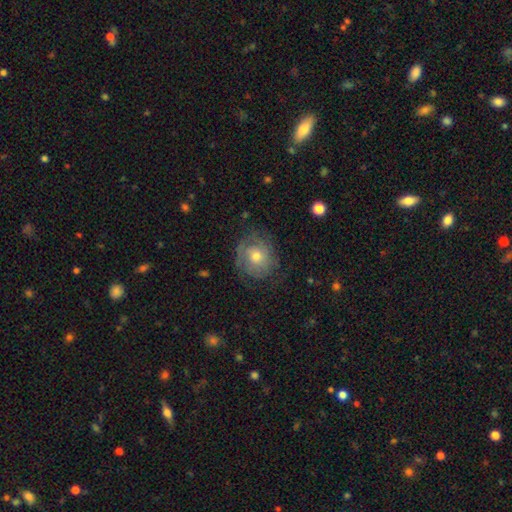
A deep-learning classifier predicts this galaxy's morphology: Smooth or featured: featured or disk — 63% (smooth — 28%)
Edge-on disk: no — 97% (yes — 3%)
Bar: no — 82% (weak — 15%)
Spiral arms: yes — 82% (no — 18%)
Bulge size: moderate — 62% (small — 31%)
Merging: none — 72% (minor disturbance — 18%)